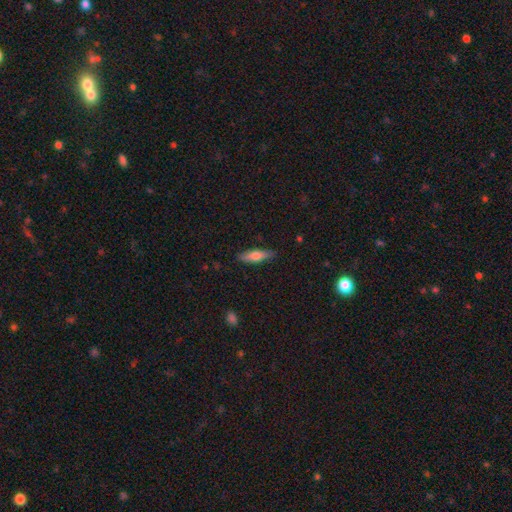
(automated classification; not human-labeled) A smooth galaxy with no disk features (67%) that is cigar-shaped (63%).

Vote fractions:
- Smooth or featured? smooth: 67% / featured or disk: 26% / star or artifact: 6%
- How rounded? cigar-shaped: 63% / in between: 35% / round: 2%
- Merging? none: 85% / minor disturbance: 11% / major disturbance: 2% / merger: 1%